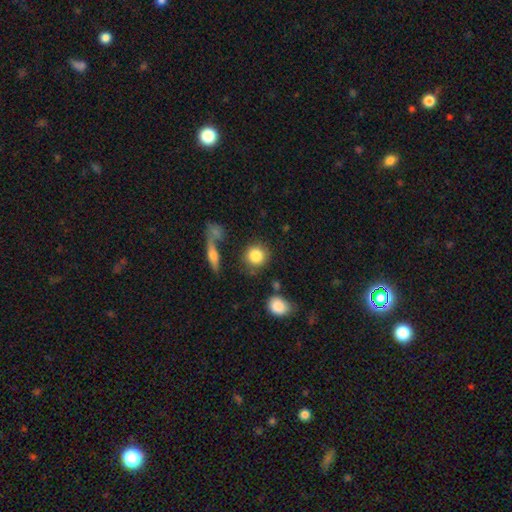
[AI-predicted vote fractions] A smooth galaxy with no disk features (84%) that is round (87%).

Vote fractions:
- Smooth or featured? smooth: 84% / star or artifact: 8% / featured or disk: 8%
- How rounded? round: 87% / in between: 11% / cigar-shaped: 2%
- Merging? none: 76% / minor disturbance: 11% / merger: 8% / major disturbance: 5%